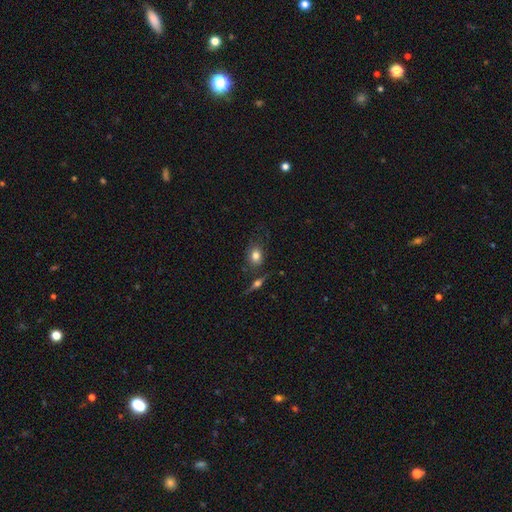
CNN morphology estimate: The model was most divided on "how rounded": in between: 59%, round: 39%, cigar-shaped: 2%. More confident: smooth or featured — smooth (76%); merging — none (69%).